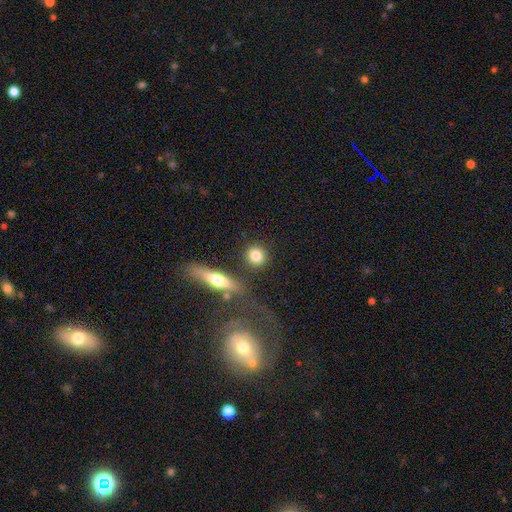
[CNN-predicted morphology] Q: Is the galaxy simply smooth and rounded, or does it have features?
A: smooth — 82%.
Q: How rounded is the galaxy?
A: round — 85%.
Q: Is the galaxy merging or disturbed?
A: none — 82%.